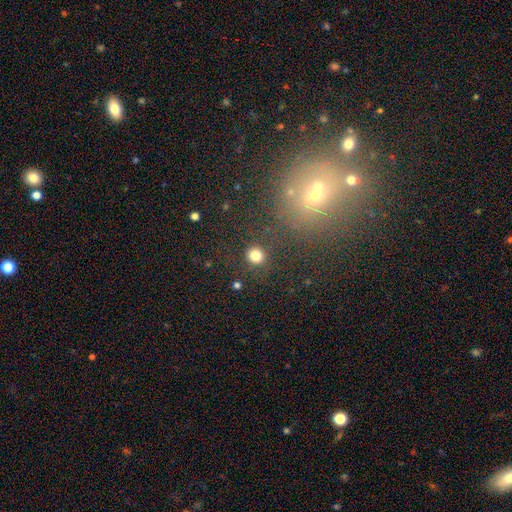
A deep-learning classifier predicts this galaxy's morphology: smooth_or_featured: smooth (p=0.82) [alt: star or artifact p=0.13]
how_rounded: round (p=0.91) [alt: in between p=0.08]
merging: none (p=0.87) [alt: minor disturbance p=0.07]